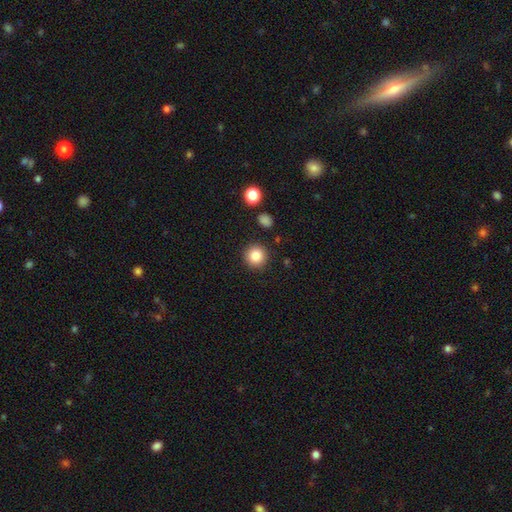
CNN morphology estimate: This appears to be a smooth galaxy with no disk features (84%) that is round (94%). Merging: none (90%).